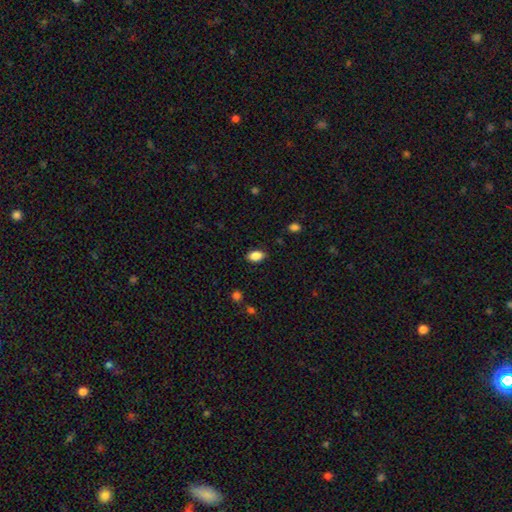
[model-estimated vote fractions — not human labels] This appears to be a smooth galaxy with no disk features (87%) that is in between round and cigar-shaped (90%). Merging: none (86%).